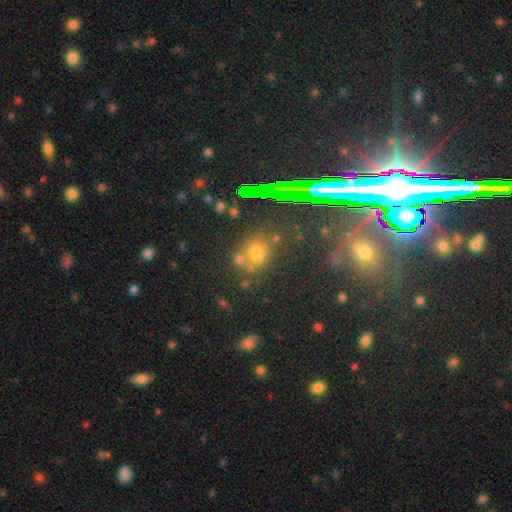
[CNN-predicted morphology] Overall: smooth (47%; star or artifact 41%). Merging: none (66%).